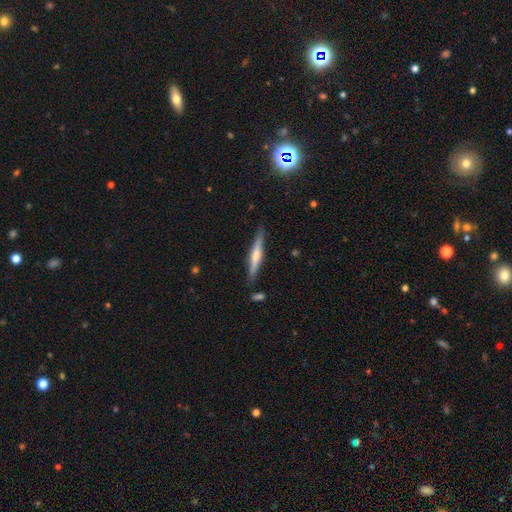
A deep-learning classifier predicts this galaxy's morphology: A featured or disk galaxy (56%) viewed edge-on (96%) with a rounded central bulge (73%).

Vote fractions:
- Smooth or featured? featured or disk: 56% / smooth: 38% / star or artifact: 6%
- Edge-on disk? yes: 96% / no: 4%
- Edge-on bulge? rounded: 73% / none: 17% / boxy: 10%
- Merging? none: 85% / minor disturbance: 10% / merger: 2% / major disturbance: 2%